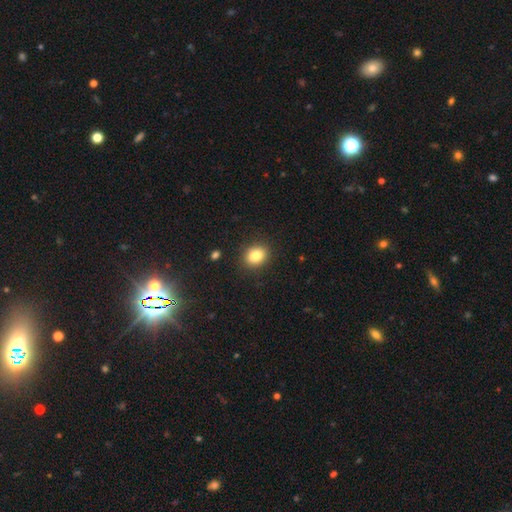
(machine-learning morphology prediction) This appears to be a smooth galaxy with no disk features (83%) that is round (51%). Merging: none (89%).